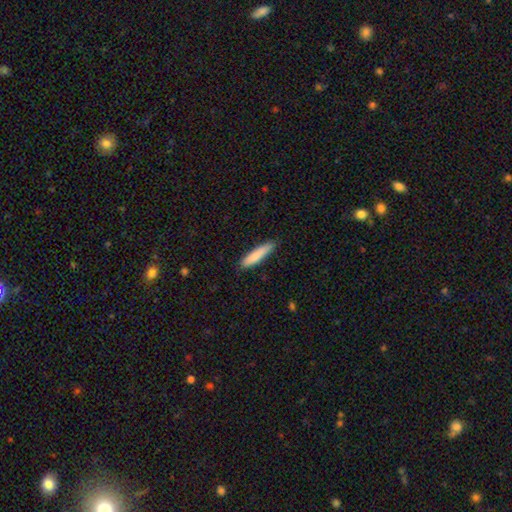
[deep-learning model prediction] Morphology: type=smooth (82%); roundness=cigar-shaped (84%); merging=none (83%).